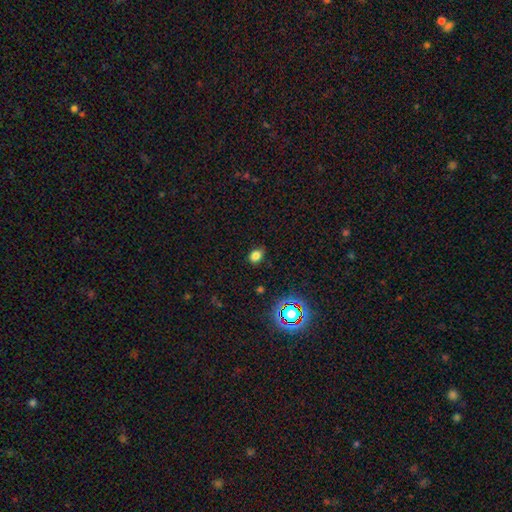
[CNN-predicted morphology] A smooth galaxy with no disk features (77%) that is in between round and cigar-shaped (60%).

Vote fractions:
- Smooth or featured? smooth: 77% / star or artifact: 17% / featured or disk: 6%
- How rounded? in between: 60% / round: 39% / cigar-shaped: 1%
- Merging? none: 79% / minor disturbance: 16% / major disturbance: 4% / merger: 1%